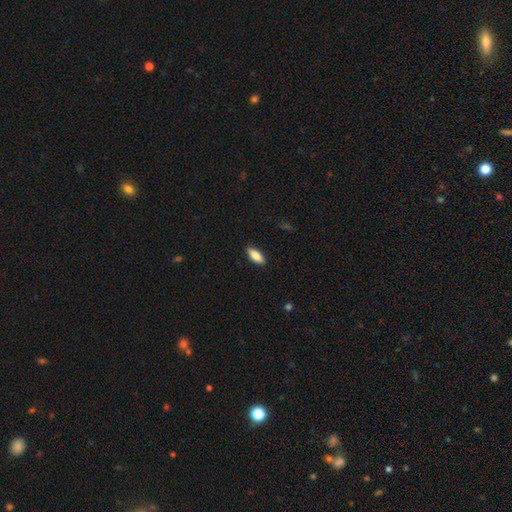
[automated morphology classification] This is clearly a smooth galaxy (83%). How rounded: likely in between (76%). Merging: clearly none (88%).